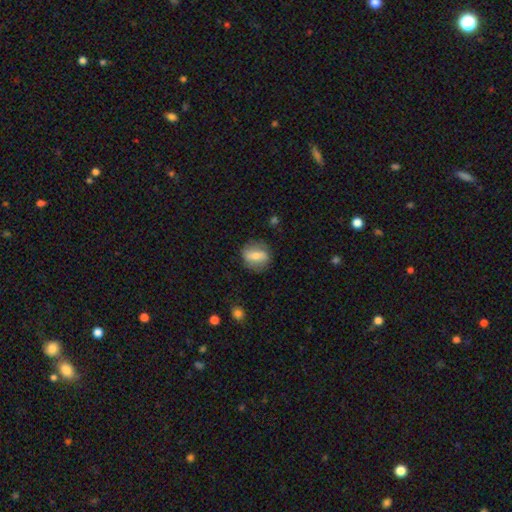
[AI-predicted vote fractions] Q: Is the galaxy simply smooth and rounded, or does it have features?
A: smooth — 58%.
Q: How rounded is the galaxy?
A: round — 50%.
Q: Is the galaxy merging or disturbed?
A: none — 77%.